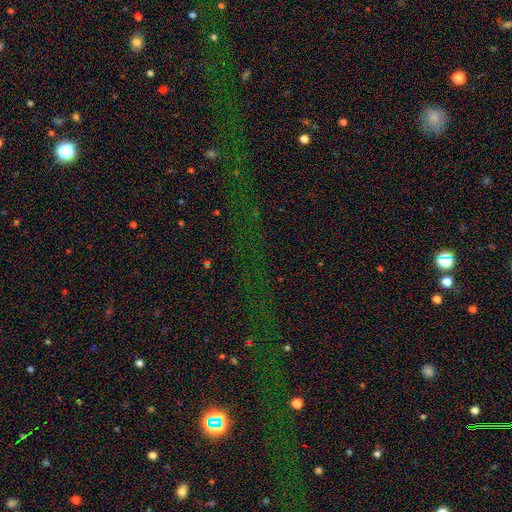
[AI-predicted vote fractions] A star or artifact, not a galaxy (75%).